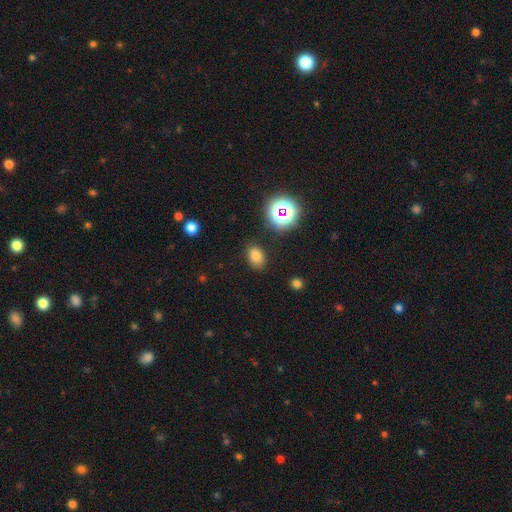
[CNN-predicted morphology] smooth_or_featured: smooth (p=0.75) [alt: star or artifact p=0.18]
how_rounded: in between (p=0.77) [alt: round p=0.22]
merging: none (p=0.83) [alt: minor disturbance p=0.11]